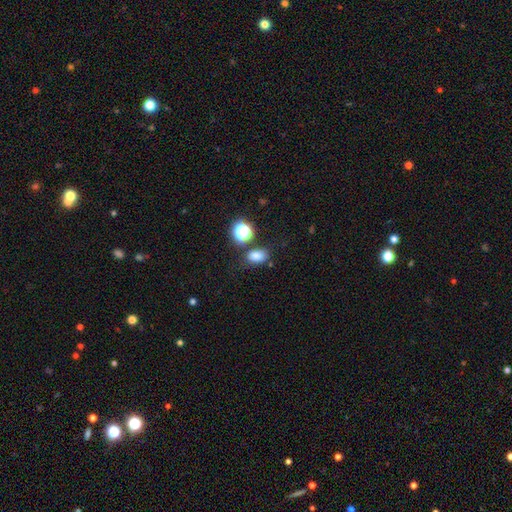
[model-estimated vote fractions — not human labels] A smooth galaxy with no disk features (78%) that is in between round and cigar-shaped (76%).

Vote fractions:
- Smooth or featured? smooth: 78% / star or artifact: 16% / featured or disk: 6%
- How rounded? in between: 76% / round: 23% / cigar-shaped: 1%
- Merging? none: 72% / minor disturbance: 14% / merger: 10% / major disturbance: 4%